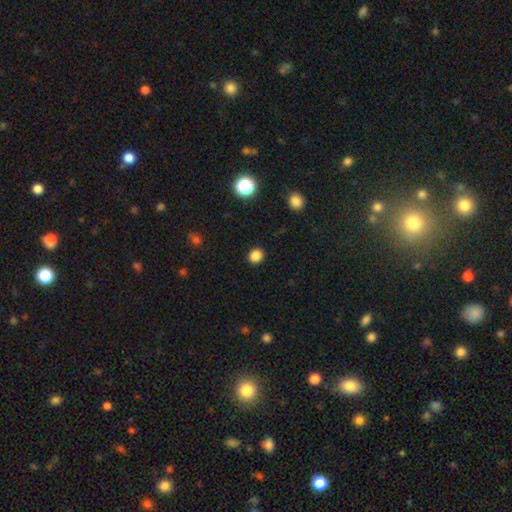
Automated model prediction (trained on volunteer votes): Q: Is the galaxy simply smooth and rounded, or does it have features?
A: smooth — 85%.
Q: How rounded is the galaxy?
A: round — 89%.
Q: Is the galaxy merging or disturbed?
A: none — 92%.